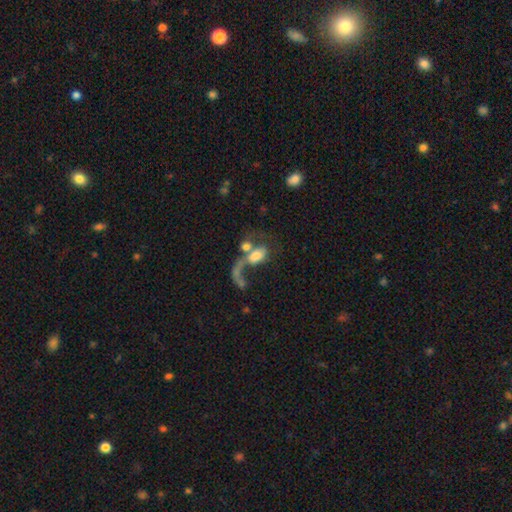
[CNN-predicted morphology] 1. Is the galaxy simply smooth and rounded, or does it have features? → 48% featured or disk, 42% smooth, 10% star or artifact.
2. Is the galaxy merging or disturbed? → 47% merger, 30% major disturbance, 16% none, 7% minor disturbance.